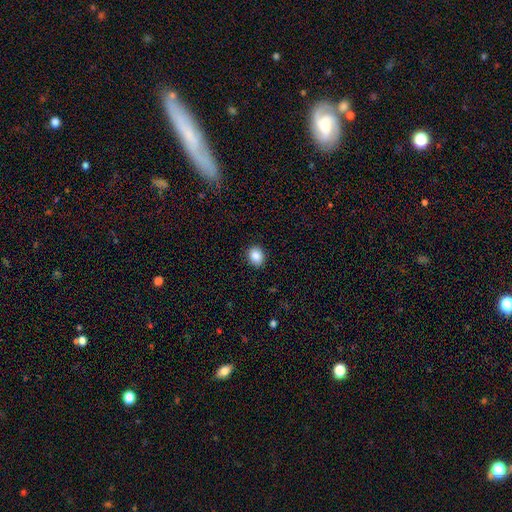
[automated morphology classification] The model was most divided on "how rounded": round: 57%, in between: 42%, cigar-shaped: 1%. More confident: merging — none (90%); smooth or featured — smooth (86%).